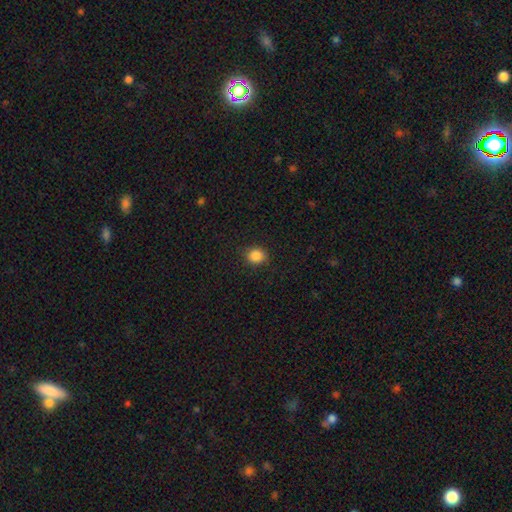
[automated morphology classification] Smooth or featured?
  - smooth: 86% *
  - star or artifact: 10%
  - featured or disk: 4%
How rounded?
  - round: 76% *
  - in between: 23%
  - cigar-shaped: 1%
Merging?
  - none: 85% *
  - minor disturbance: 11%
  - major disturbance: 3%
  - merger: 1%